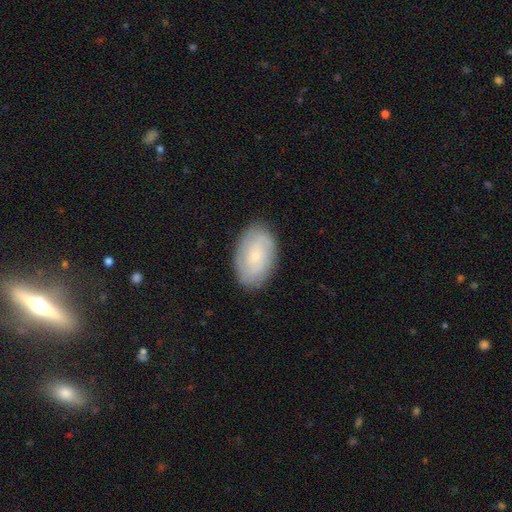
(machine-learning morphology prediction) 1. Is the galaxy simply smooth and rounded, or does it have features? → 52% featured or disk, 40% smooth, 7% star or artifact.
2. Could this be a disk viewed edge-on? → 95% no, 5% yes.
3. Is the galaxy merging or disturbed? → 84% none, 12% minor disturbance, 3% major disturbance, 1% merger.